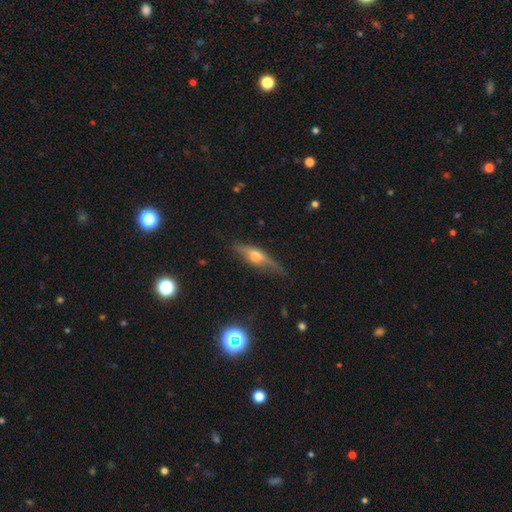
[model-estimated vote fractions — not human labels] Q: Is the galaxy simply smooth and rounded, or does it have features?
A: featured or disk — 64%.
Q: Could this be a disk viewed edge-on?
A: yes — 92%.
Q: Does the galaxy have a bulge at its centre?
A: rounded — 90%.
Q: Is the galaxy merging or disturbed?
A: none — 77%.